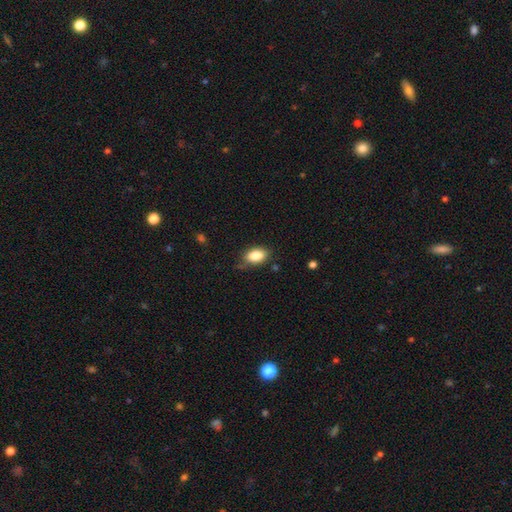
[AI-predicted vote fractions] Morphology: type=smooth (84%); roundness=in between (89%); merging=none (72%).